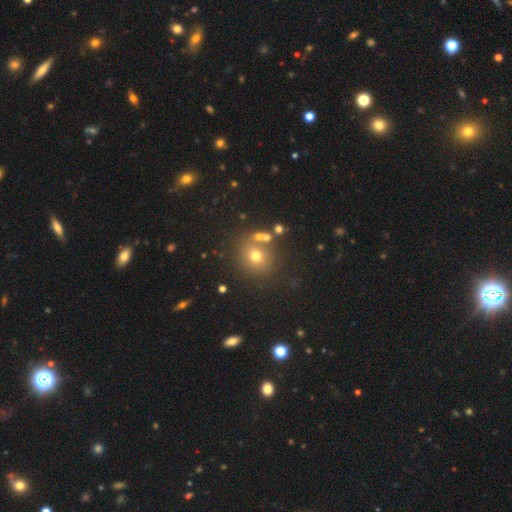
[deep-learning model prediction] smooth 67%, star or artifact 20%, featured or disk 13%. Down the decision tree: how rounded — round (83%); merging — none (70%).